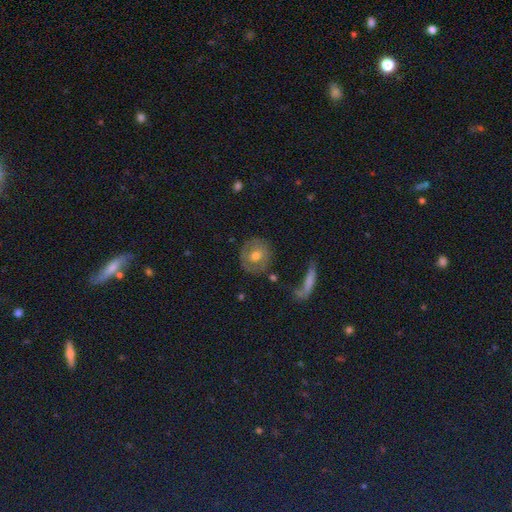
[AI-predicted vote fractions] This is possibly a smooth galaxy (54%). How rounded: clearly round (86%). Merging: likely none (76%).